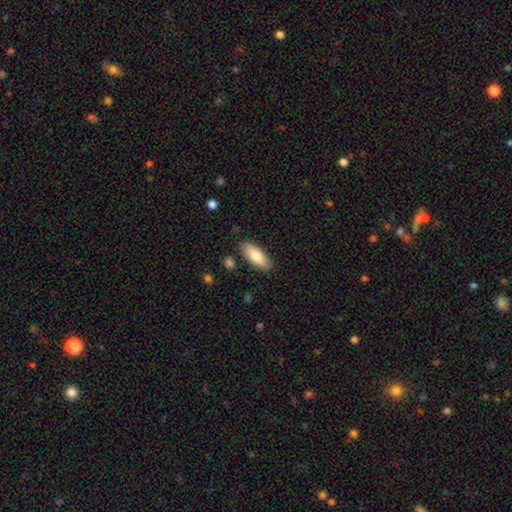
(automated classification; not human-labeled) Smooth or featured: smooth — 79% (featured or disk — 15%)
How rounded: in between — 75% (cigar-shaped — 23%)
Merging: none — 85% (minor disturbance — 10%)